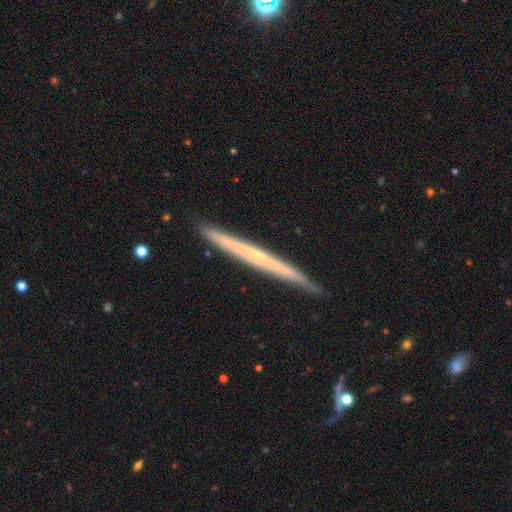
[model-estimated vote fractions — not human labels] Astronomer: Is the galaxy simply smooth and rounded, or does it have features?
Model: featured or disk — 65%.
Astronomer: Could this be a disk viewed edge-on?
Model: yes — 97%.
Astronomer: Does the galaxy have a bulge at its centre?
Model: none — 74%.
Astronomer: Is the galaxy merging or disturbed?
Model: none — 90%.